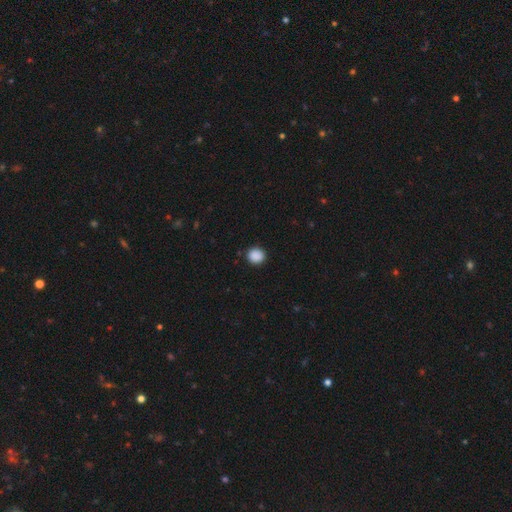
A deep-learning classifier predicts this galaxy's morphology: smooth-or-featured: smooth: 89% | star or artifact: 9% | featured or disk: 2%
  how-rounded: round: 86% | in between: 13% | cigar-shaped: 1%
  merging: none: 90% | minor disturbance: 7% | major disturbance: 2% | merger: 1%